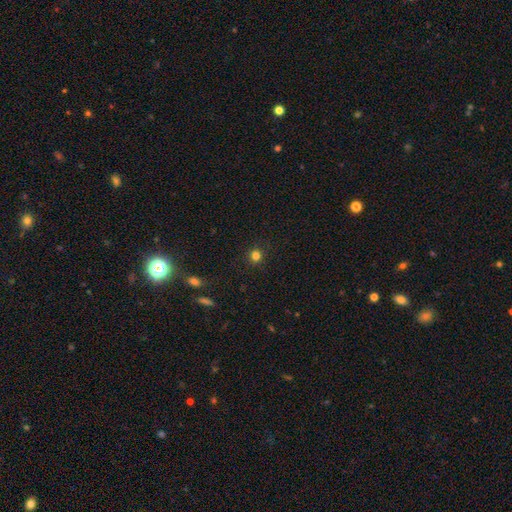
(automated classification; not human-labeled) The model was most divided on "smooth or featured": smooth: 80%, star or artifact: 15%, featured or disk: 5%. More confident: merging — none (90%); how rounded — round (89%).